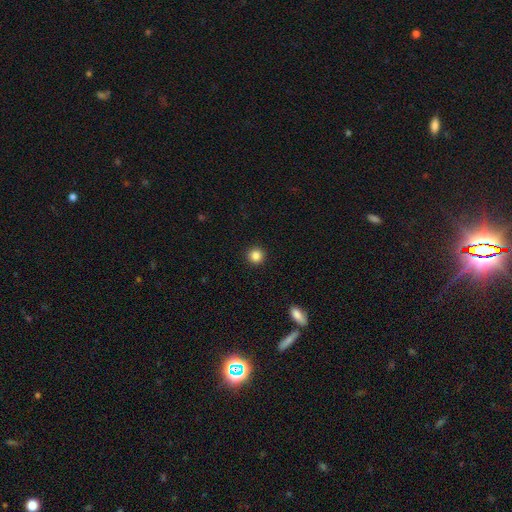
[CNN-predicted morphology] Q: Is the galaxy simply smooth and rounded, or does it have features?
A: smooth — 85%.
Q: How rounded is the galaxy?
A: round — 95%.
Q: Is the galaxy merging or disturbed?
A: none — 93%.